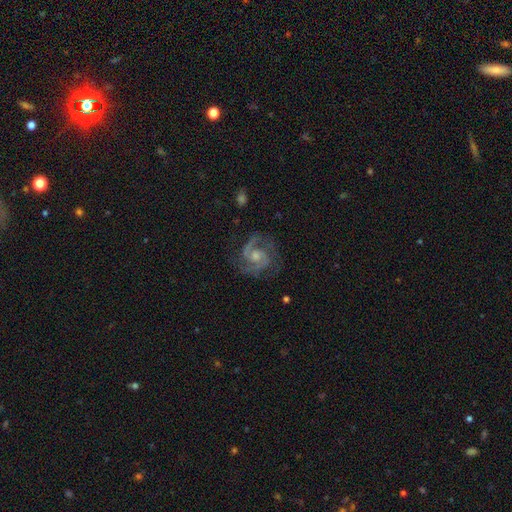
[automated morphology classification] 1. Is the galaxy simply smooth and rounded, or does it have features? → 91% featured or disk, 6% star or artifact, 4% smooth.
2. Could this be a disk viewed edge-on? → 98% no, 2% yes.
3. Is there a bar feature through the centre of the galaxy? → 51% no, 40% weak, 9% strong.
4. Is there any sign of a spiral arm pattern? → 98% yes, 2% no.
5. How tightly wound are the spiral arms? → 56% medium, 36% tight, 8% loose.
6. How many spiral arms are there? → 83% 2, 10% 3, 3% can't tell, 2% 4, 2% 1, 2% more than 4.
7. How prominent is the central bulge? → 50% moderate, 40% small, 5% none, 4% large, 1% dominant.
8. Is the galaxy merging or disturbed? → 80% none, 14% minor disturbance, 5% major disturbance, 1% merger.